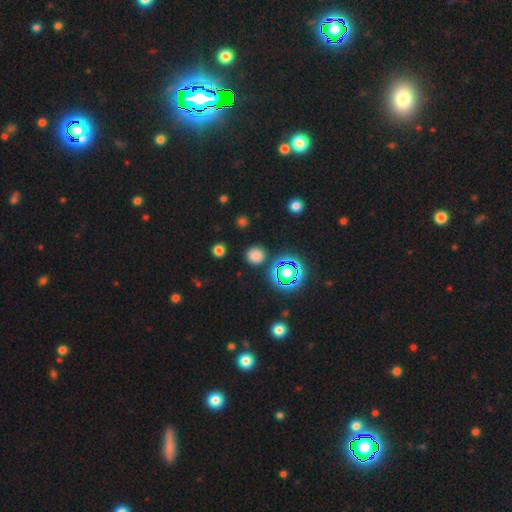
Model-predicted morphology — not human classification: The model was most divided on "smooth or featured": smooth: 71%, star or artifact: 23%, featured or disk: 6%. More confident: how rounded — round (90%); merging — none (88%).